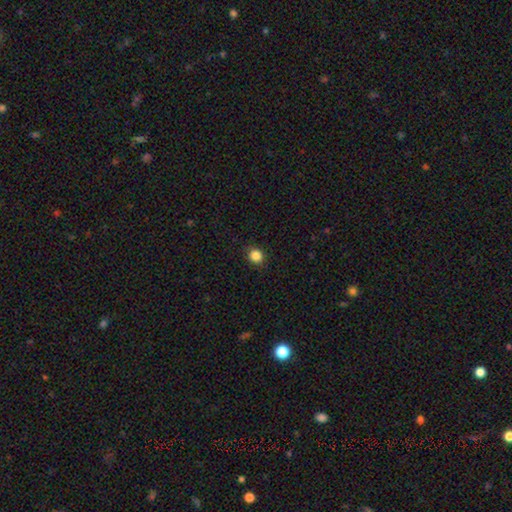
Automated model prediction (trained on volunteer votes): This appears to be a smooth galaxy with no disk features (85%) that is round (84%). Merging: none (90%).